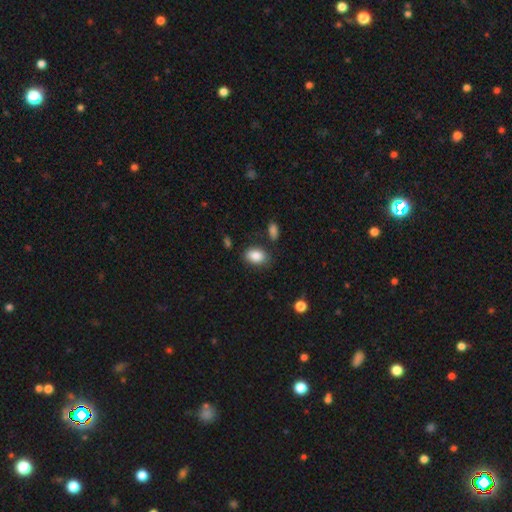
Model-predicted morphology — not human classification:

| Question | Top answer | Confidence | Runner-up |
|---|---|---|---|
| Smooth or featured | smooth | 87% | star or artifact (8%) |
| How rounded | in between | 85% | round (14%) |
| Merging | none | 78% | minor disturbance (15%) |